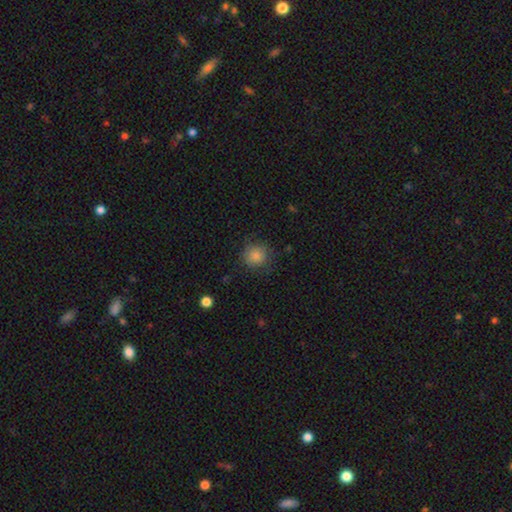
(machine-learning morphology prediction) The model was most divided on "merging": none: 83%, minor disturbance: 12%, major disturbance: 4%, merger: 1%. More confident: how rounded — round (91%); smooth or featured — smooth (83%).